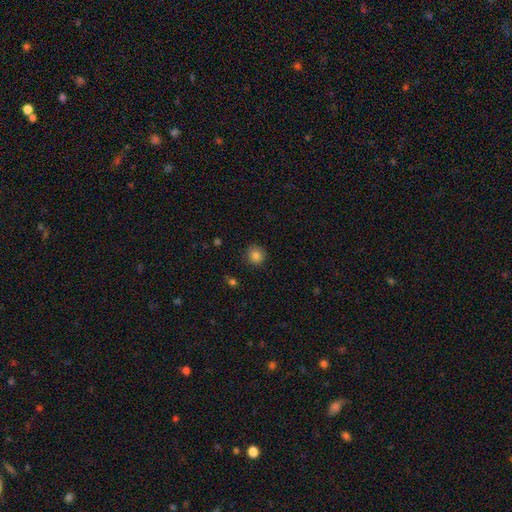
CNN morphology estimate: Smooth or featured?
  - smooth: 84% *
  - star or artifact: 11%
  - featured or disk: 6%
How rounded?
  - round: 92% *
  - in between: 7%
  - cigar-shaped: 1%
Merging?
  - none: 89% *
  - minor disturbance: 8%
  - major disturbance: 2%
  - merger: 1%